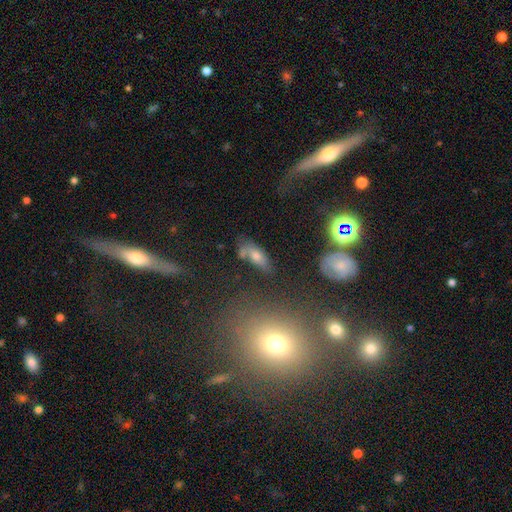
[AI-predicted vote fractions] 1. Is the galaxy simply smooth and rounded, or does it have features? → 56% smooth, 27% featured or disk, 17% star or artifact.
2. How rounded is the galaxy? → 75% in between, 18% cigar-shaped, 7% round.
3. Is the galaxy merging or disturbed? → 54% none, 20% minor disturbance, 14% merger, 11% major disturbance.